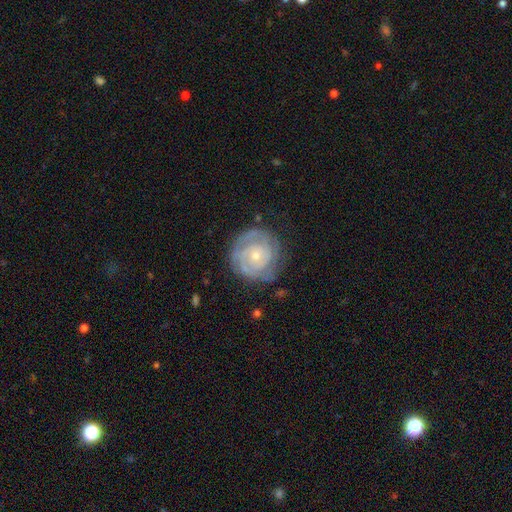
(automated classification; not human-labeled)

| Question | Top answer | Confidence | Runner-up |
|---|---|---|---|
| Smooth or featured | featured or disk | 80% | smooth (14%) |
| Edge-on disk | no | 98% | yes (2%) |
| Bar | no | 80% | weak (17%) |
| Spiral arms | yes | 91% | no (9%) |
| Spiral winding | tight | 77% | medium (18%) |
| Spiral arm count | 2 | 34% | can't tell (31%) |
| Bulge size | small | 69% | moderate (27%) |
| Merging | none | 74% | minor disturbance (18%) |